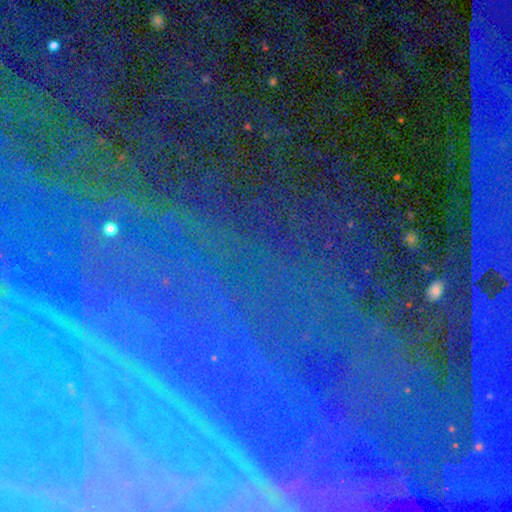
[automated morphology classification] The model was most divided on "smooth or featured": star or artifact: 74%, featured or disk: 16%, smooth: 10%.